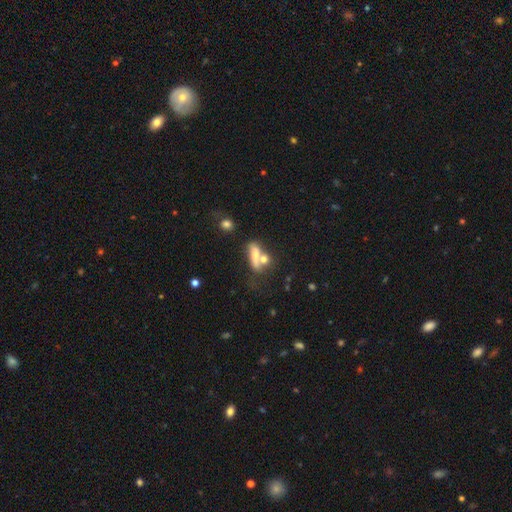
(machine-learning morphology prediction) A smooth galaxy with no disk features (62%) that is in between round and cigar-shaped (55%).

Vote fractions:
- Smooth or featured? smooth: 62% / featured or disk: 27% / star or artifact: 11%
- How rounded? in between: 55% / cigar-shaped: 33% / round: 13%
- Merging? merger: 43% / none: 33% / minor disturbance: 14% / major disturbance: 10%